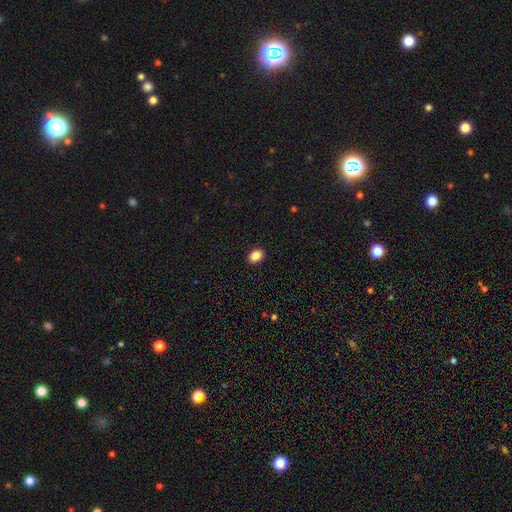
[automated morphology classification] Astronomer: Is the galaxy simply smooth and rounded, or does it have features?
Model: smooth — 88%.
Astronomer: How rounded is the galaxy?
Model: in between — 71%.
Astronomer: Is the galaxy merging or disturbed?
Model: none — 91%.